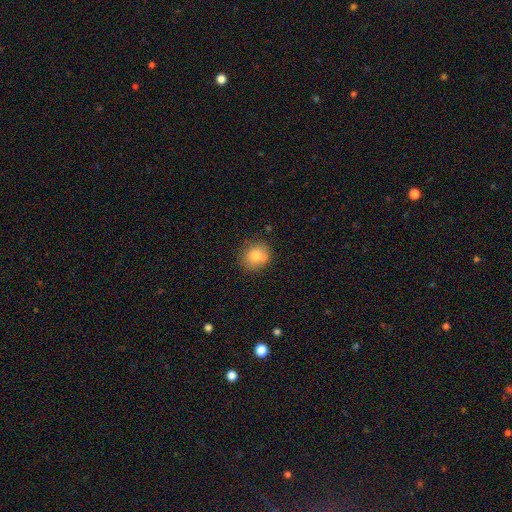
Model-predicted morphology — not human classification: Smooth or featured?
  - smooth: 79% *
  - featured or disk: 11%
  - star or artifact: 10%
How rounded?
  - round: 80% *
  - in between: 19%
  - cigar-shaped: 1%
Merging?
  - none: 74% *
  - minor disturbance: 16%
  - merger: 6%
  - major disturbance: 4%